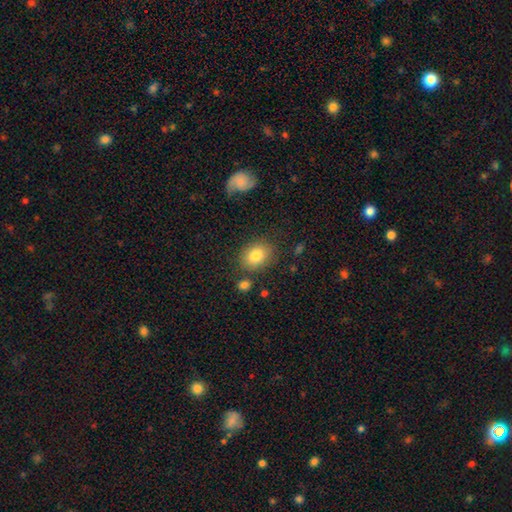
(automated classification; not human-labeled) This appears to be a smooth galaxy with no disk features (82%) that is in between round and cigar-shaped (60%). Merging: none (78%).